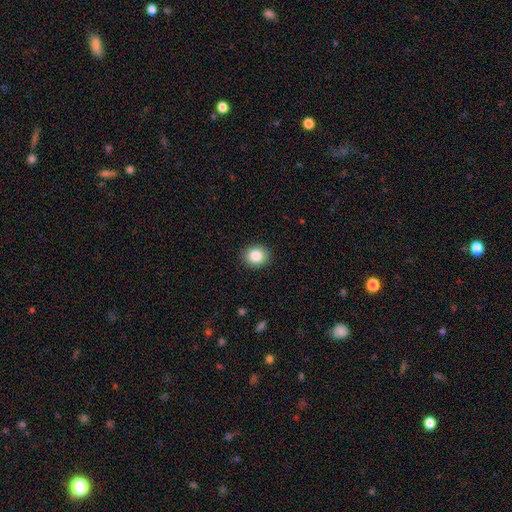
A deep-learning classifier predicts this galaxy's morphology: Overall: smooth (86%). How rounded: round (70%). Merging: none (90%).